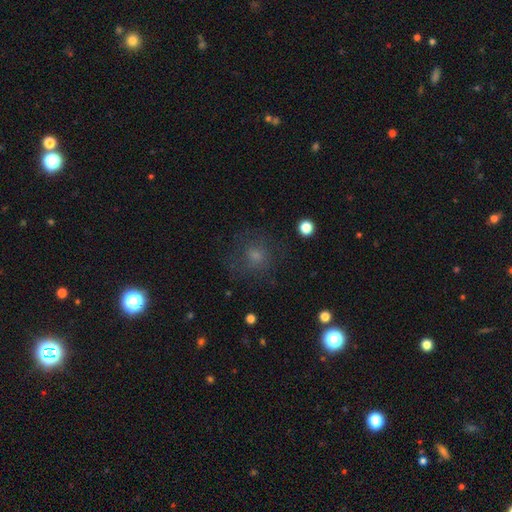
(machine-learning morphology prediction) This is likely a smooth galaxy (62%). How rounded: clearly round (82%). Merging: likely none (68%).